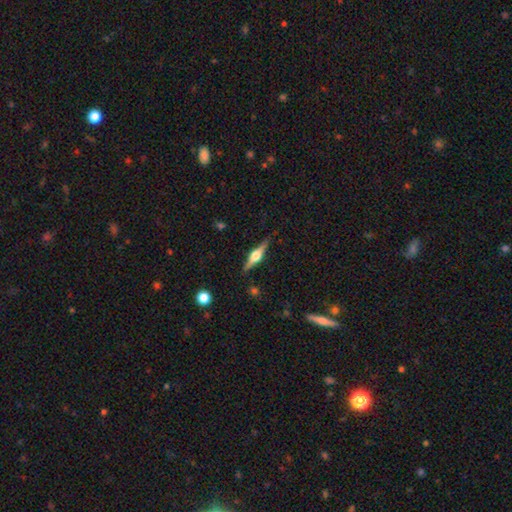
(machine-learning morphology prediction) A featured or disk galaxy (79%) viewed edge-on (98%) with a rounded central bulge (93%).

Vote fractions:
- Smooth or featured? featured or disk: 79% / smooth: 15% / star or artifact: 6%
- Edge-on disk? yes: 98% / no: 2%
- Edge-on bulge? rounded: 93% / boxy: 6% / none: 1%
- Merging? none: 89% / minor disturbance: 8% / major disturbance: 2% / merger: 1%